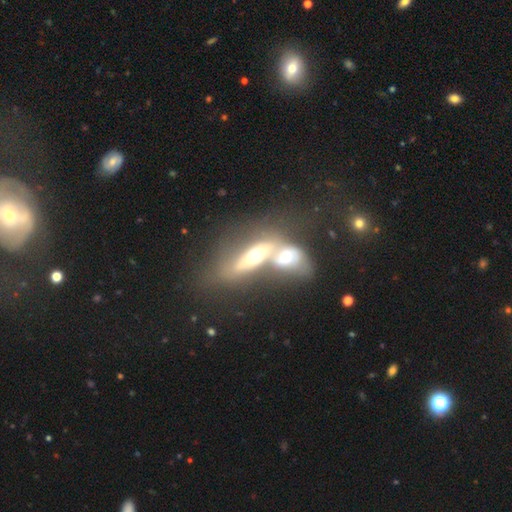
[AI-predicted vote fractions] A featured or disk galaxy (57%).

Vote fractions:
- Smooth or featured? featured or disk: 57% / smooth: 35% / star or artifact: 8%
- Edge-on disk? no: 58% / yes: 42%
- Merging? merger: 75% / none: 13% / major disturbance: 7% / minor disturbance: 5%